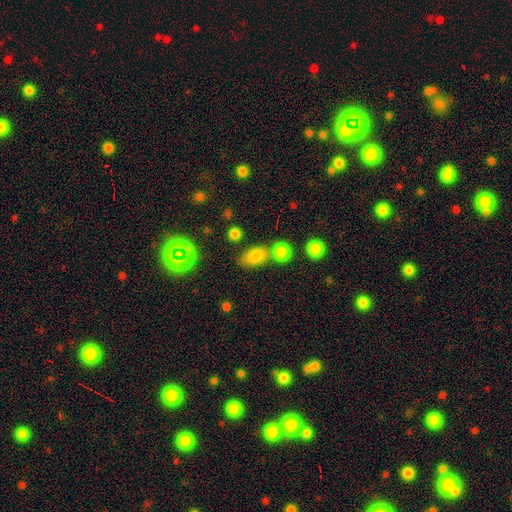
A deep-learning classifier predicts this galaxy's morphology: Overall: smooth (80%). How rounded: in between (81%). Merging: none (59%; merger 22%).